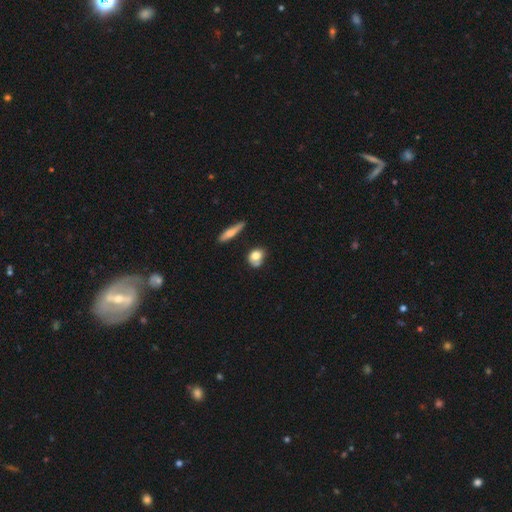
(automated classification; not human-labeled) Overall: smooth (77%). How rounded: round (51%; in between 45%). Merging: none (54%; minor disturbance 25%).